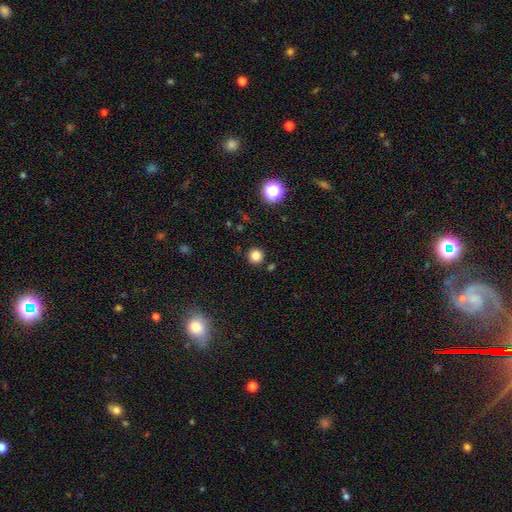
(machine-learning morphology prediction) Smooth or featured? smooth (82%)
How rounded? round (95%)
Merging? none (89%)